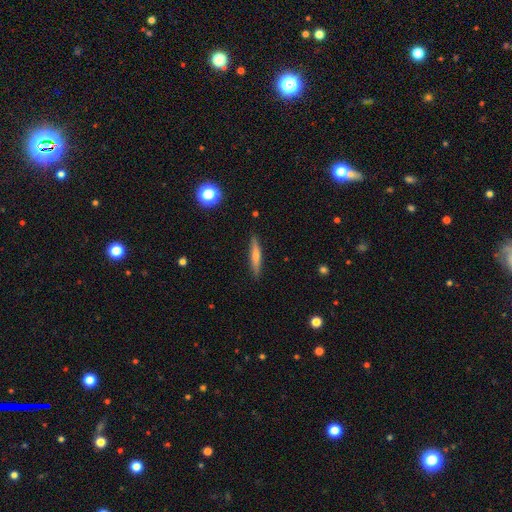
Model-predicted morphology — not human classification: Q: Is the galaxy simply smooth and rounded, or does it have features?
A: smooth — 62%.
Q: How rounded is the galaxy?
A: cigar-shaped — 90%.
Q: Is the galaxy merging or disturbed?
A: none — 89%.